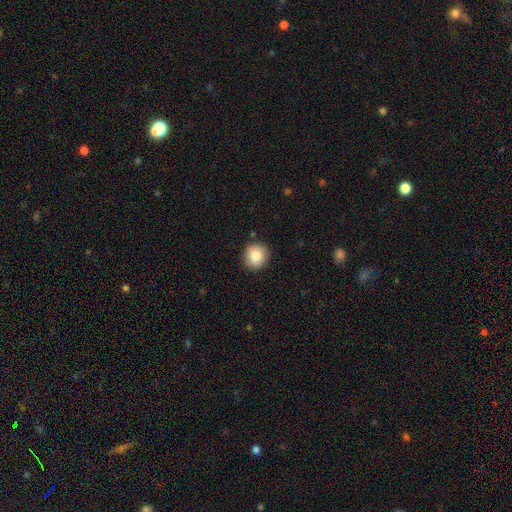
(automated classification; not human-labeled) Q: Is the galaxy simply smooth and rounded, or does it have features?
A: smooth — 87%.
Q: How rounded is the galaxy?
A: round — 88%.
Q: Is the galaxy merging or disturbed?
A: none — 88%.